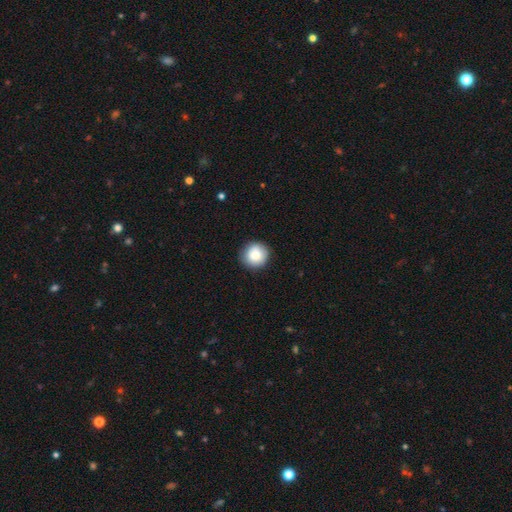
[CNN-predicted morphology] smooth 83%, featured or disk 9%, star or artifact 8%. Down the decision tree: how rounded — round (92%); merging — none (87%).